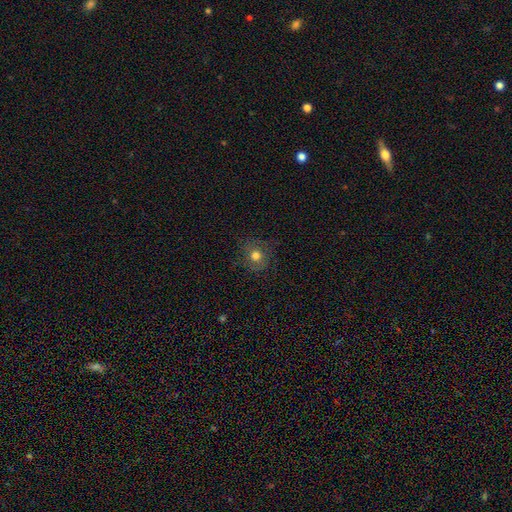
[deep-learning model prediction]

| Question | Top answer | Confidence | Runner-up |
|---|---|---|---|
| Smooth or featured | smooth | 71% | featured or disk (15%) |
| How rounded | round | 88% | in between (11%) |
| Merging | none | 79% | minor disturbance (14%) |